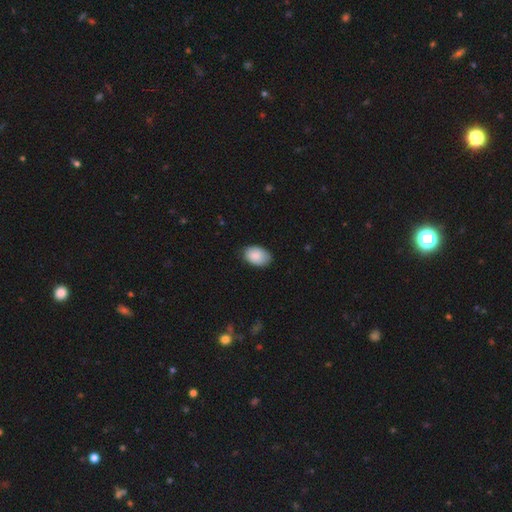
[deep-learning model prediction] Smooth or featured? smooth (87%)
How rounded? in between (88%)
Merging? none (77%)